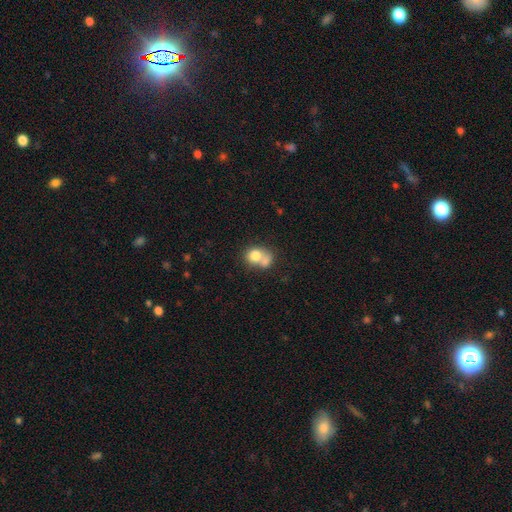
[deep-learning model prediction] Smooth or featured?
  - smooth: 75% *
  - featured or disk: 16%
  - star or artifact: 9%
How rounded?
  - round: 60% *
  - in between: 39%
  - cigar-shaped: 1%
Merging?
  - merger: 56% *
  - none: 27%
  - minor disturbance: 10%
  - major disturbance: 6%